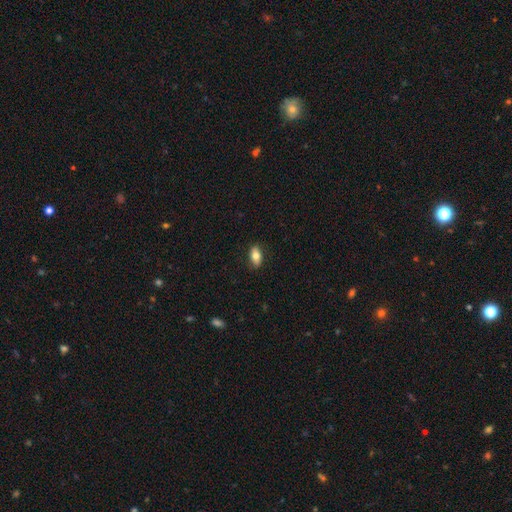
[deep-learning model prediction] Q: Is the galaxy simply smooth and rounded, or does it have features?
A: smooth — 77%.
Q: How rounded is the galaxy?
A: in between — 88%.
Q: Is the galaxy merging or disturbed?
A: none — 86%.